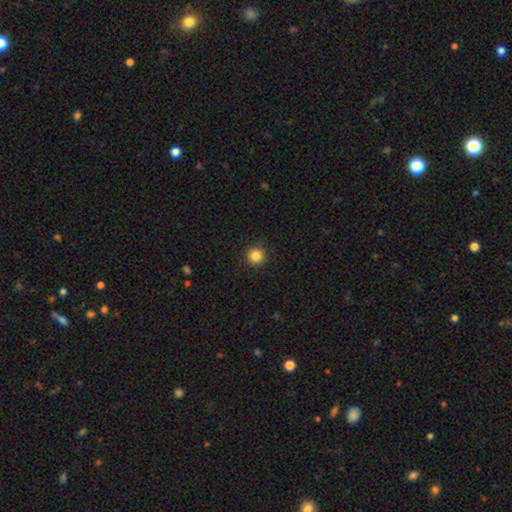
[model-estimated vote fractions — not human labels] Smooth or featured? smooth (85%)
How rounded? round (95%)
Merging? none (91%)